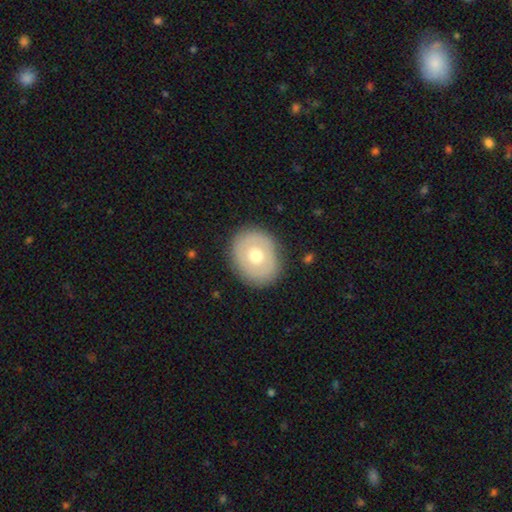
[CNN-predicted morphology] This appears to be a smooth galaxy with no disk features (55%) that is round (59%). Merging: none (86%).